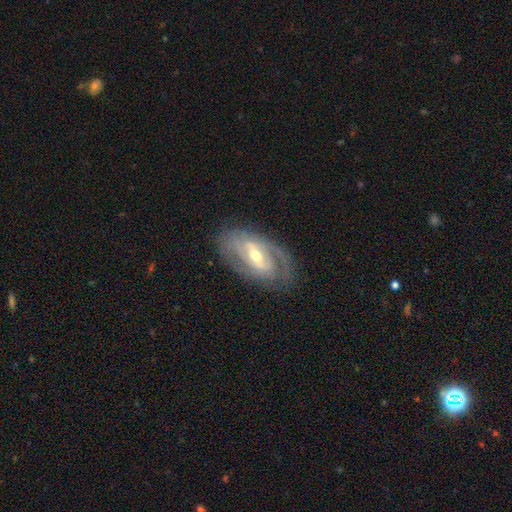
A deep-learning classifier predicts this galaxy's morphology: Smooth or featured? Predicted: featured or disk (p=0.83). Edge-on disk? Predicted: no (p=0.92). Bar? Predicted: strong (p=0.44). Spiral arms? Predicted: yes (p=0.82). Spiral winding? Predicted: tight (p=0.53). Spiral arm count? Predicted: 2 (p=0.58). Bulge size? Predicted: moderate (p=0.57). Merging? Predicted: none (p=0.75).